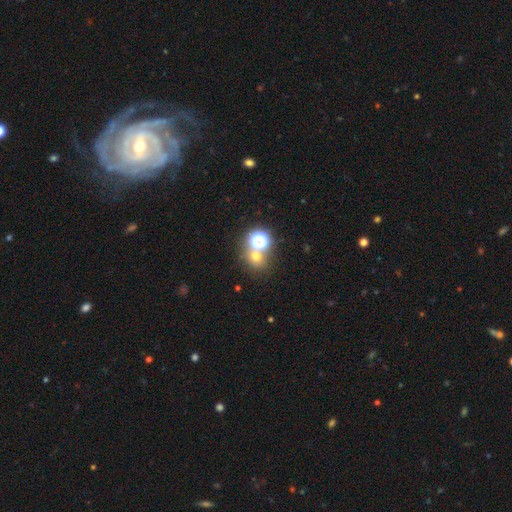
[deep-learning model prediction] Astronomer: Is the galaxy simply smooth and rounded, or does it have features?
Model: smooth — 59%.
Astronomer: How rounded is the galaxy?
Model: round — 81%.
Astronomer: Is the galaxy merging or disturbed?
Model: none — 61%.